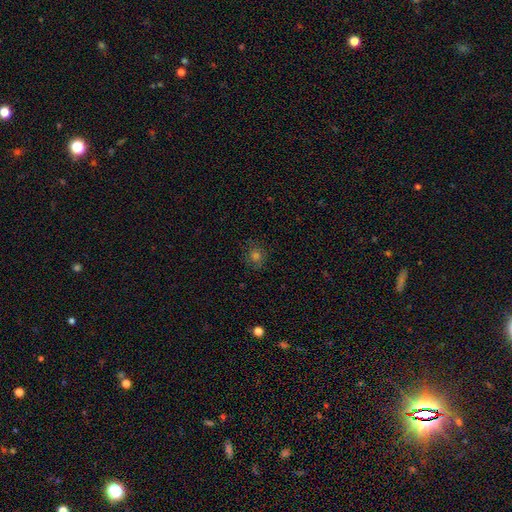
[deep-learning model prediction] smooth_or_featured: smooth (p=0.65) [alt: star or artifact p=0.25]
how_rounded: round (p=0.87) [alt: in between p=0.12]
merging: none (p=0.86) [alt: minor disturbance p=0.10]